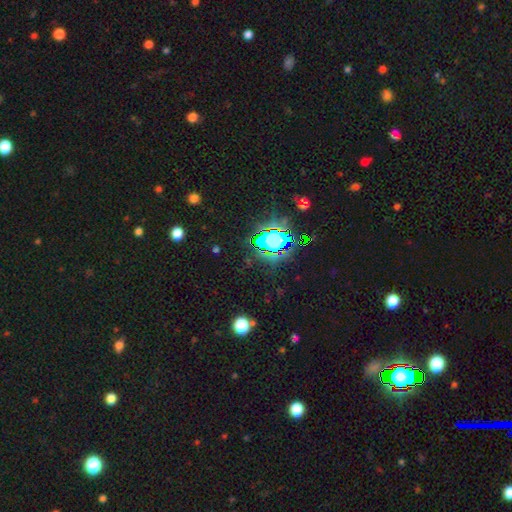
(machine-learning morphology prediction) Overall: star or artifact (82%).